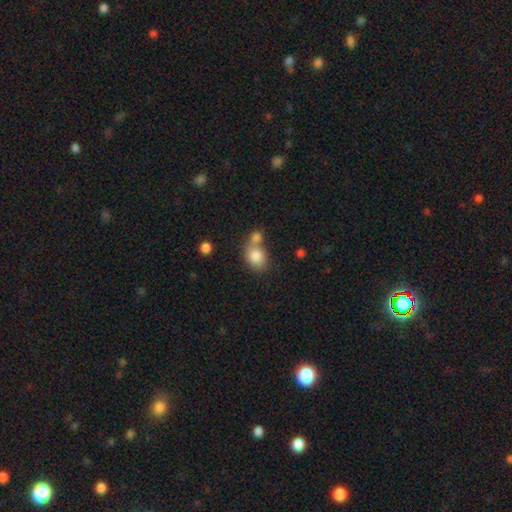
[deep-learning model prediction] A smooth galaxy with no disk features (82%) that is in between round and cigar-shaped (56%). Merging: merger (49%).